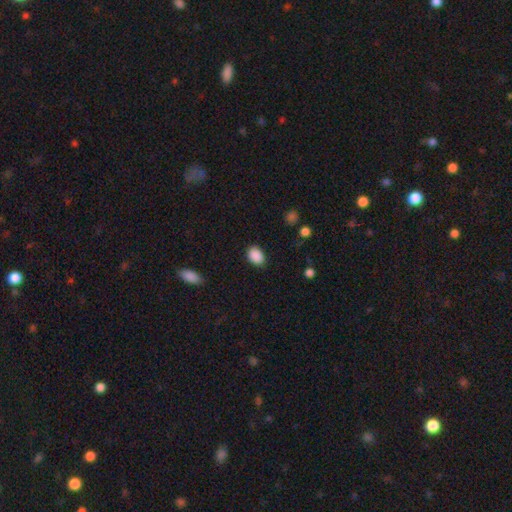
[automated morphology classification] The model was most divided on "how rounded": in between: 75%, round: 24%, cigar-shaped: 1%. More confident: smooth or featured — smooth (89%); merging — none (87%).